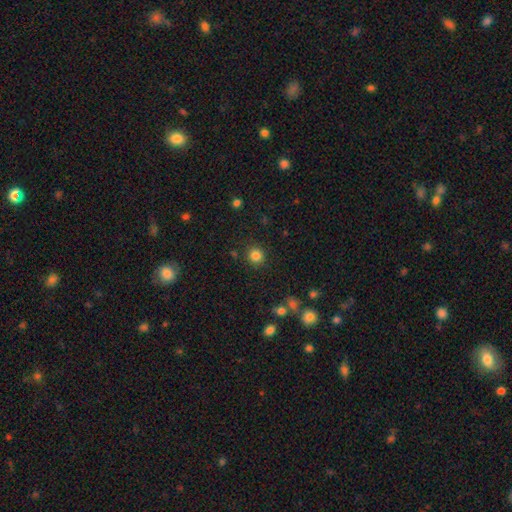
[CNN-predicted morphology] A smooth galaxy with no disk features (83%) that is round (89%).

Vote fractions:
- Smooth or featured? smooth: 83% / star or artifact: 12% / featured or disk: 5%
- How rounded? round: 89% / in between: 10% / cigar-shaped: 1%
- Merging? none: 88% / minor disturbance: 7% / major disturbance: 3% / merger: 2%